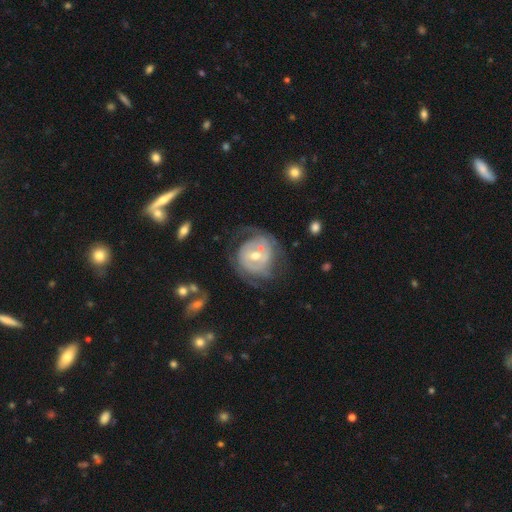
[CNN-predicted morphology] Smooth or featured? Predicted: featured or disk (p=0.77). Edge-on disk? Predicted: no (p=0.97). Bar? Predicted: no (p=0.49). Spiral arms? Predicted: yes (p=0.79). Spiral winding? Predicted: tight (p=0.57). Spiral arm count? Predicted: can't tell (p=0.38). Bulge size? Predicted: moderate (p=0.62). Merging? Predicted: none (p=0.56).